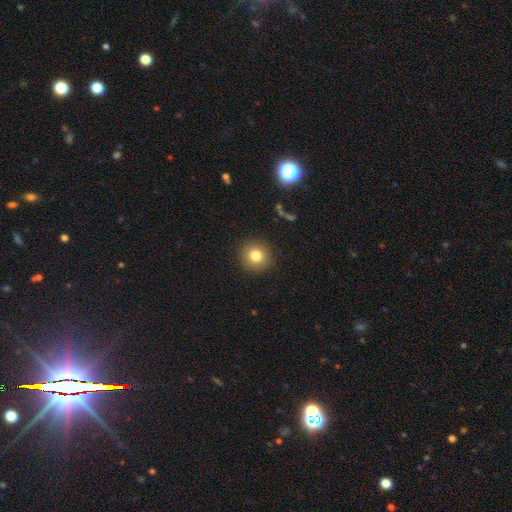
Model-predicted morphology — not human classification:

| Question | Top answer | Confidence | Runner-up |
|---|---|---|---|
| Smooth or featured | smooth | 81% | star or artifact (11%) |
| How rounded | round | 93% | in between (6%) |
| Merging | none | 90% | minor disturbance (6%) |